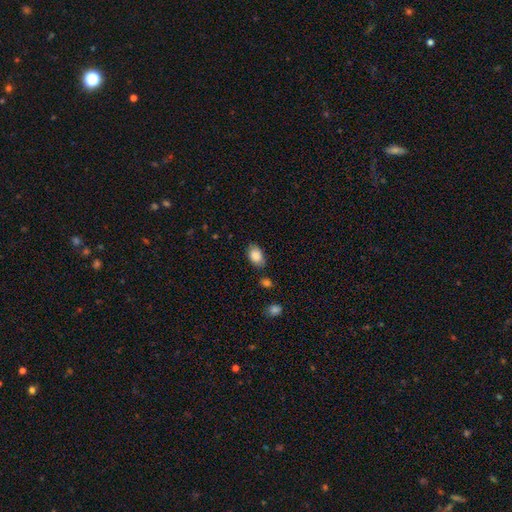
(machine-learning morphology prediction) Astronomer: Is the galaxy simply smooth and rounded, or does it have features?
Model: smooth — 85%.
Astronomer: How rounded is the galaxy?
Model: in between — 89%.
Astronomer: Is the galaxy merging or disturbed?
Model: none — 75%.